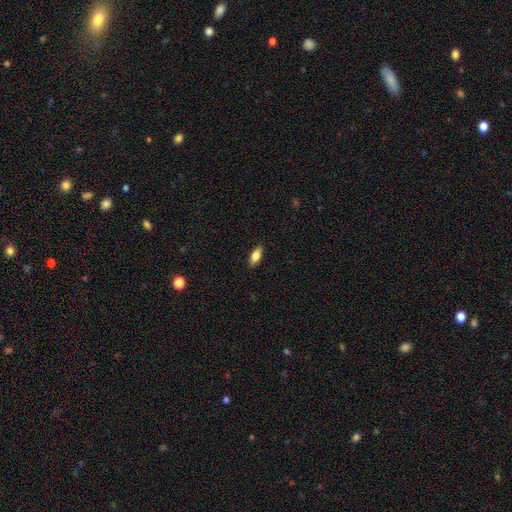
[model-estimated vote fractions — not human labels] Smooth or featured?
  - smooth: 78% *
  - featured or disk: 15%
  - star or artifact: 7%
How rounded?
  - in between: 79% *
  - cigar-shaped: 19%
  - round: 2%
Merging?
  - none: 88% *
  - minor disturbance: 9%
  - major disturbance: 2%
  - merger: 1%